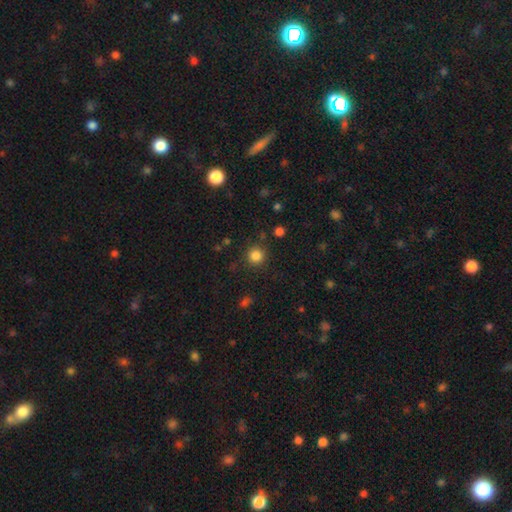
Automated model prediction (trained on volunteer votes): smooth-or-featured: smooth: 83% | star or artifact: 13% | featured or disk: 4%
  how-rounded: round: 94% | in between: 5% | cigar-shaped: 1%
  merging: none: 88% | minor disturbance: 7% | major disturbance: 3% | merger: 2%